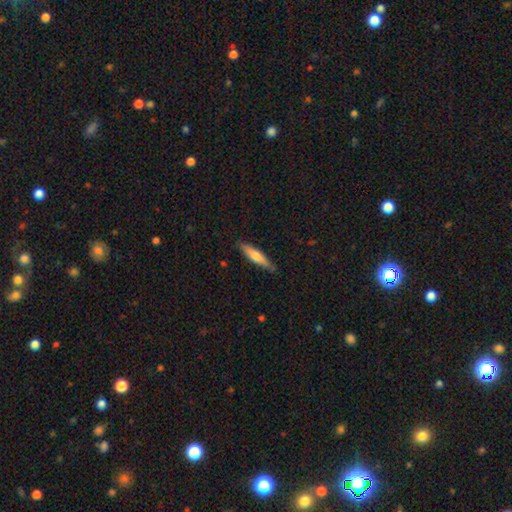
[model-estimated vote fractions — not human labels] This appears to be a smooth galaxy with no disk features (62%) that is cigar-shaped (83%). Merging: none (84%).